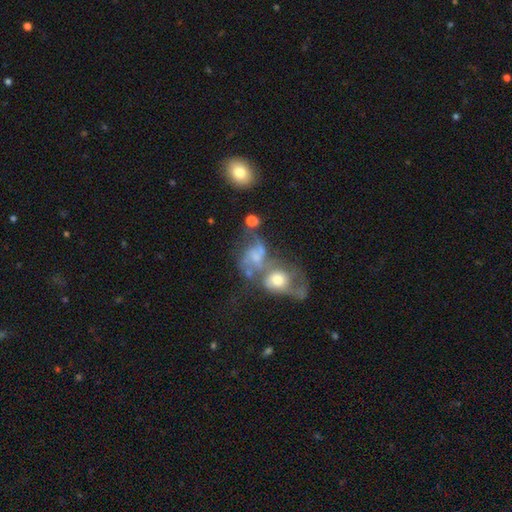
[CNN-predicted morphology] Smooth or featured? featured or disk (61%)
Edge-on disk? no (97%)
Bar? no (63%)
Spiral arms? yes (75%)
Bulge size? moderate (39%)
Merging? merger (55%)